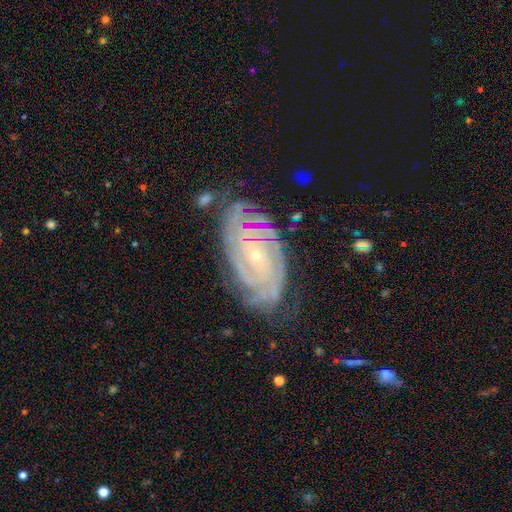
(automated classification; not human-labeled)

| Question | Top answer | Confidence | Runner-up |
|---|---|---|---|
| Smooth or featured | featured or disk | 90% | star or artifact (6%) |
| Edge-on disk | no | 96% | yes (4%) |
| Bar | no | 58% | weak (28%) |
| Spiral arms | yes | 98% | no (2%) |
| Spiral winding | tight | 83% | medium (14%) |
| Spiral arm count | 4 | 27% | 3 (20%) |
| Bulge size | small | 79% | moderate (18%) |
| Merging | none | 75% | minor disturbance (18%) |